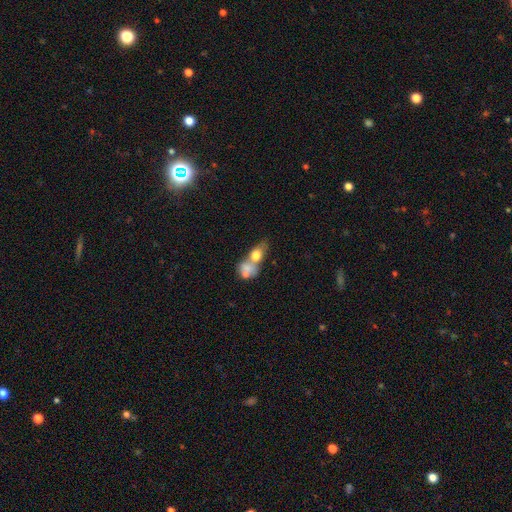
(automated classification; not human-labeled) smooth_or_featured: smooth (p=0.67) [alt: featured or disk p=0.24]
how_rounded: in between (p=0.59) [alt: round p=0.35]
merging: merger (p=0.69) [alt: none p=0.16]